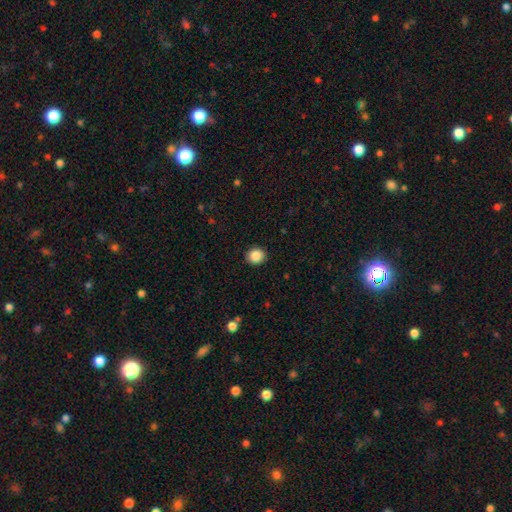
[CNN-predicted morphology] smooth 88%, star or artifact 9%, featured or disk 3%. Down the decision tree: how rounded — round (83%); merging — none (91%).